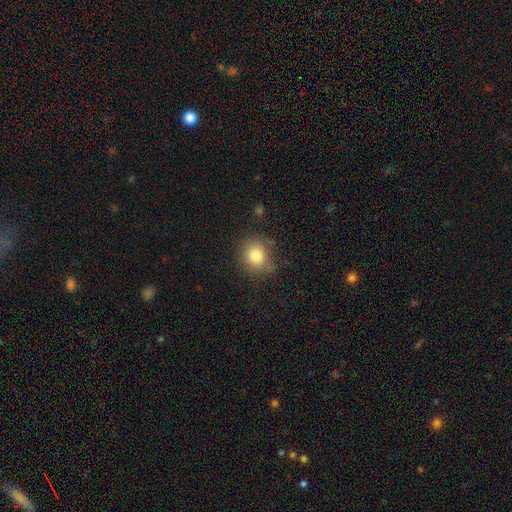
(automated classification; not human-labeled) smooth 81%, star or artifact 11%, featured or disk 8%. Down the decision tree: how rounded — round (81%); merging — none (77%).